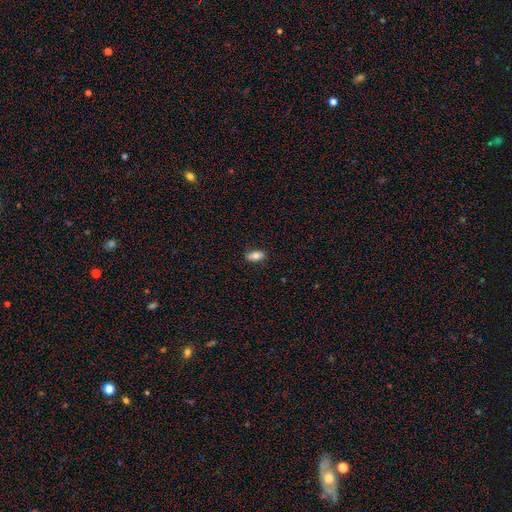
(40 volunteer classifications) Smooth or featured: smooth — 65% (featured or disk — 28%)
How rounded: in between — 88% (round — 8%)
Merging: none — 86% (minor disturbance — 11%)